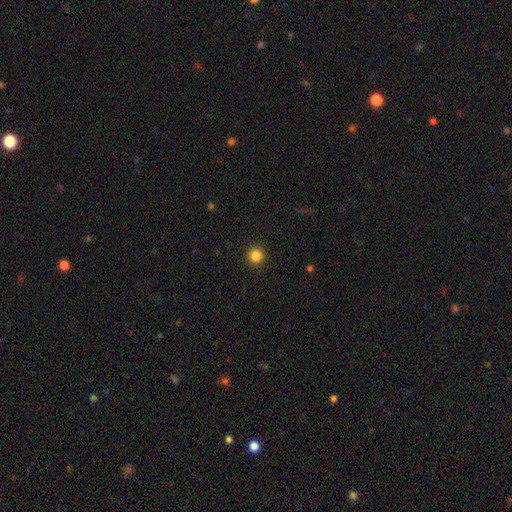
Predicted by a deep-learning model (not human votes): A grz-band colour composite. It shows a smooth galaxy with no disk features (85%) that is round (95%). Merging: none (93%).